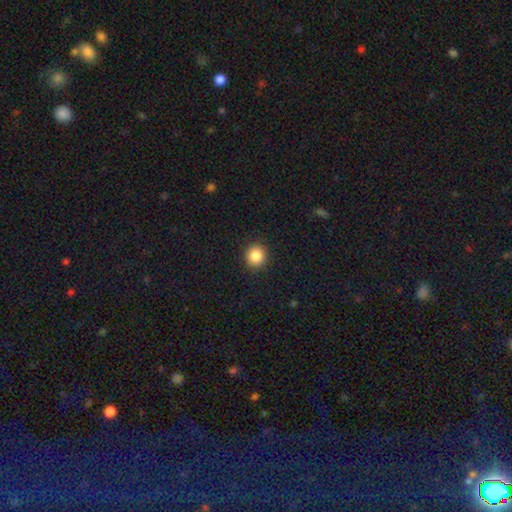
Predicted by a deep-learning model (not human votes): The model was most divided on "smooth or featured": smooth: 86%, star or artifact: 10%, featured or disk: 4%. More confident: merging — none (92%); how rounded — round (90%).